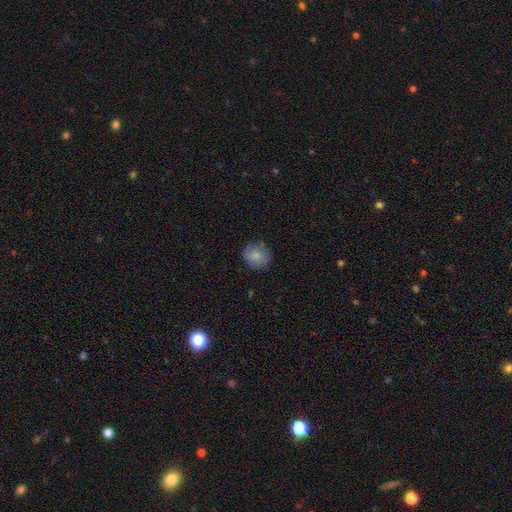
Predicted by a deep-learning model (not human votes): Smooth or featured: smooth — 84% (star or artifact — 8%)
How rounded: round — 85% (in between — 14%)
Merging: none — 80% (minor disturbance — 15%)